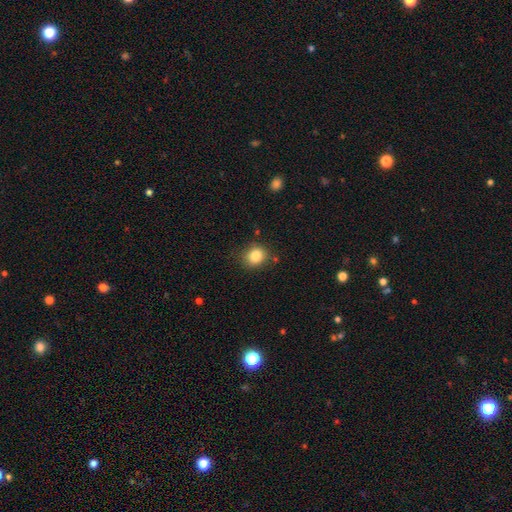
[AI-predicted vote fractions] Morphology: type=smooth (84%); roundness=round (77%); merging=none (81%).